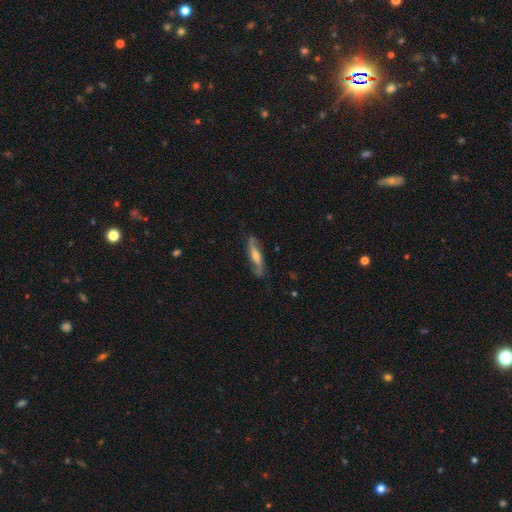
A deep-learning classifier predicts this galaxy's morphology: This appears to be a featured or disk galaxy (74%). Merging: none (80%).